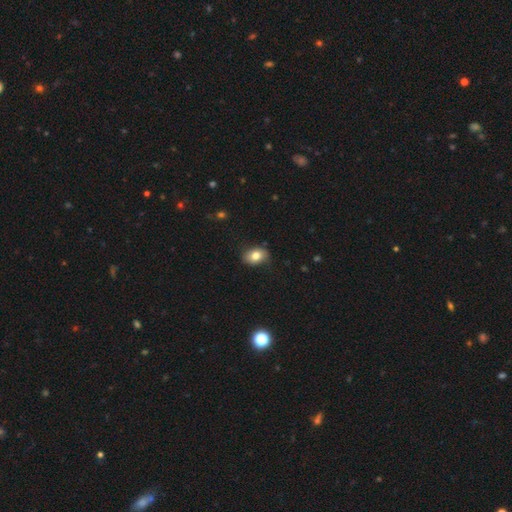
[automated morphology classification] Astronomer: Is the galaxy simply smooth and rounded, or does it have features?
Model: smooth — 80%.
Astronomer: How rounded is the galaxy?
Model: in between — 75%.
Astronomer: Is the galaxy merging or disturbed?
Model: none — 76%.